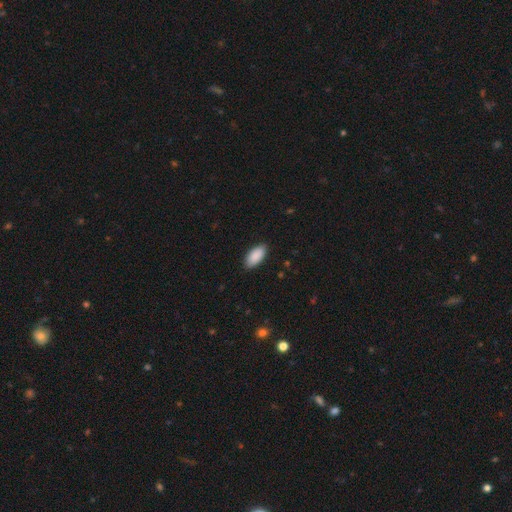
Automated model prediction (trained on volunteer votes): Smooth or featured? smooth (90%)
How rounded? in between (93%)
Merging? none (87%)